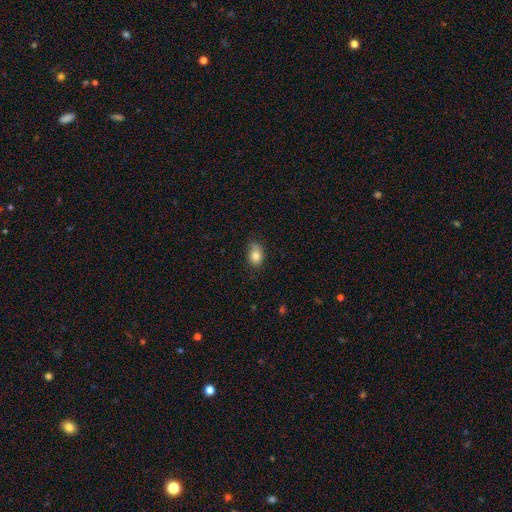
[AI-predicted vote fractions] Q: Smooth or featured?
A: smooth (83%); runner-up: star or artifact (10%)
Q: How rounded?
A: in between (67%); runner-up: round (32%)
Q: Merging?
A: none (65%); runner-up: minor disturbance (26%)